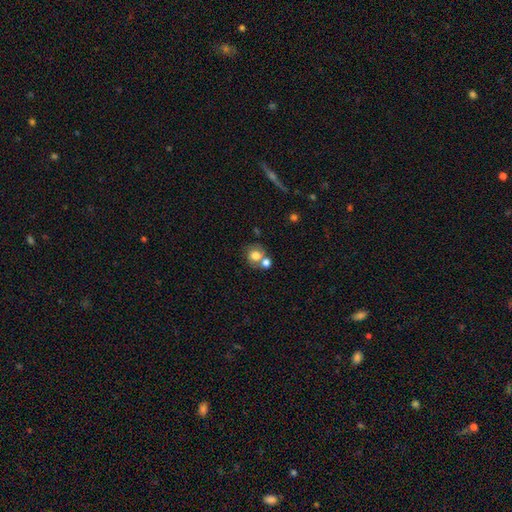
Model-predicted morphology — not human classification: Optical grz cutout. It shows a smooth galaxy with no disk features (76%) that is round (83%). Merging: none (49%).